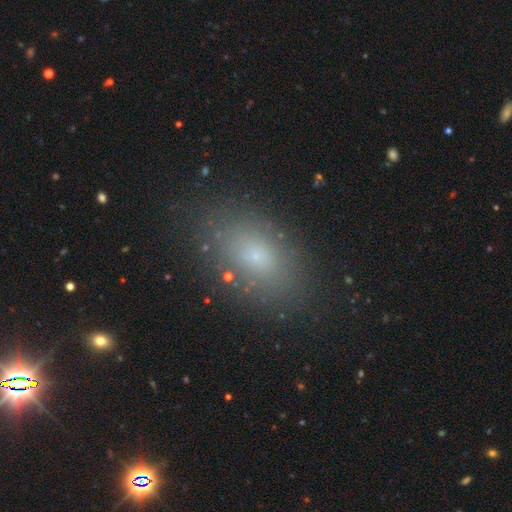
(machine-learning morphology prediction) Smooth or featured? smooth (71%)
How rounded? in between (87%)
Merging? none (83%)